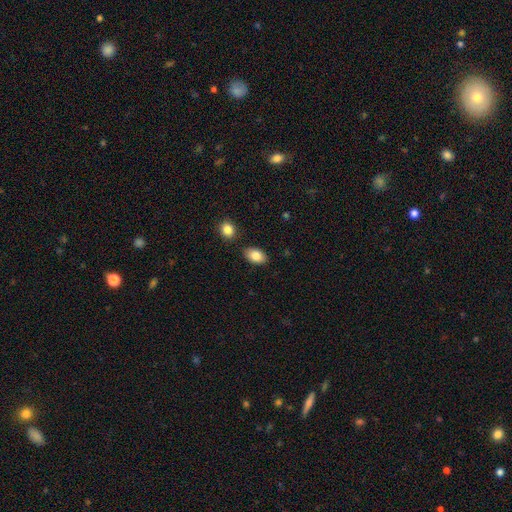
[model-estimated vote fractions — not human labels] smooth-or-featured: smooth: 85% | featured or disk: 8% | star or artifact: 7%
  how-rounded: in between: 90% | round: 9% | cigar-shaped: 1%
  merging: none: 83% | minor disturbance: 10% | merger: 5% | major disturbance: 2%